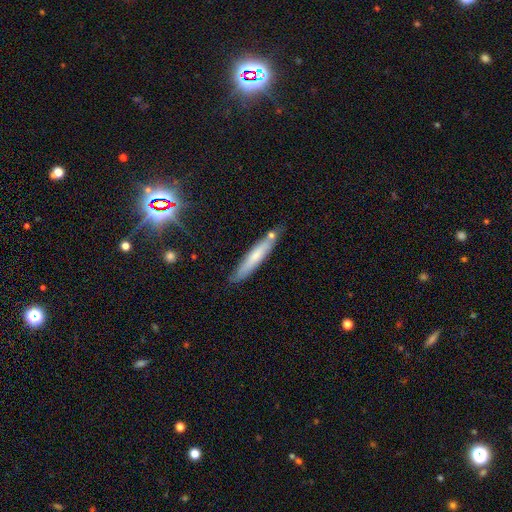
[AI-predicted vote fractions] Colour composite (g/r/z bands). It shows a smooth galaxy with no disk features (62%) that is cigar-shaped (91%). Merging: none (73%).